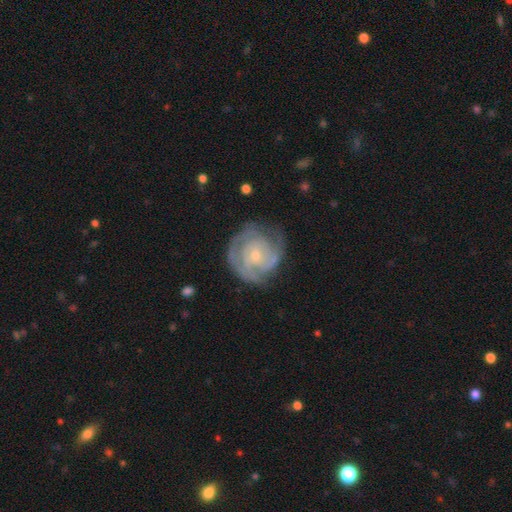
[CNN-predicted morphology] Overall: featured or disk (83%). Edge-on disk: no (98%). Bar: no (71%). Spiral arms: yes (94%). Spiral arm count: can't tell (30%; 2 26%). Spiral winding: tight (70%). Bulge size: small (69%). Merging: none (69%).